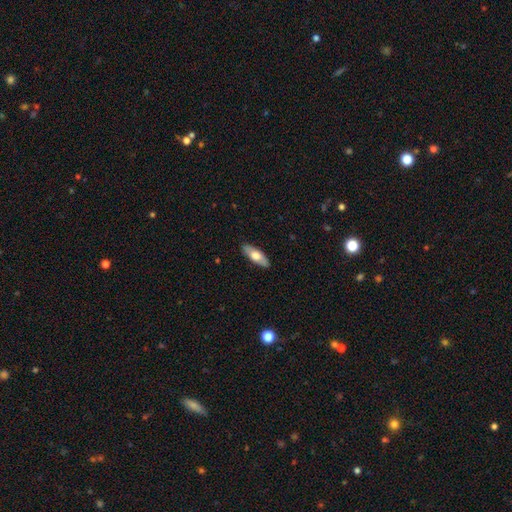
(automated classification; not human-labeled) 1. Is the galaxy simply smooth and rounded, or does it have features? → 61% smooth, 33% featured or disk, 5% star or artifact.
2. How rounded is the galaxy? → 69% in between, 29% cigar-shaped, 2% round.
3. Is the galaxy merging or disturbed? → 87% none, 10% minor disturbance, 2% major disturbance, 1% merger.